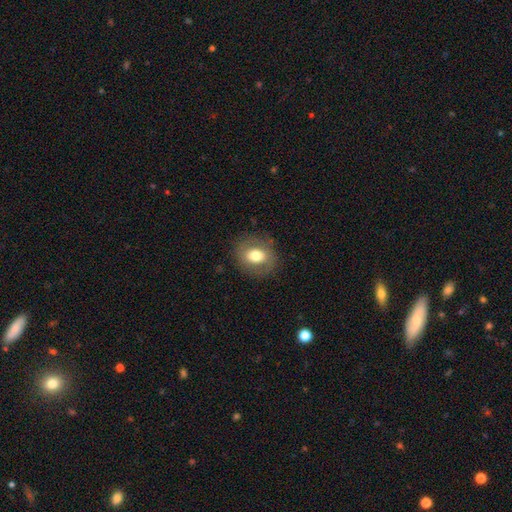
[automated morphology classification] This is likely a smooth galaxy (67%). How rounded: likely round (64%). Merging: clearly none (83%).